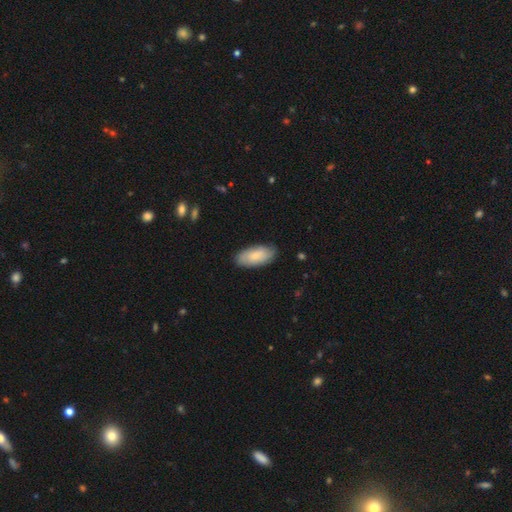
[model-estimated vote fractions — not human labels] smooth_or_featured: smooth (p=0.76) [alt: featured or disk p=0.19]
how_rounded: in between (p=0.91) [alt: cigar-shaped p=0.07]
merging: none (p=0.84) [alt: minor disturbance p=0.13]